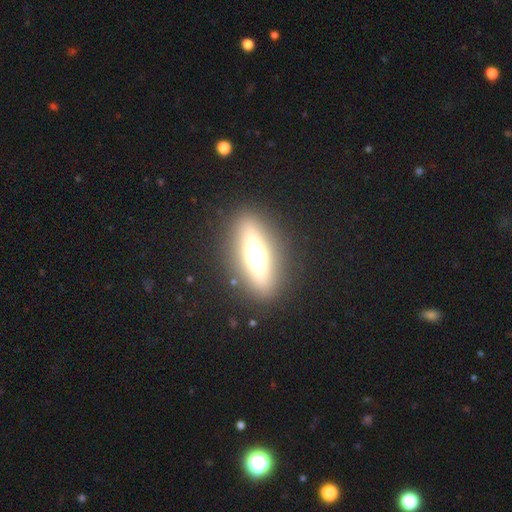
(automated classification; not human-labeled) Smooth or featured? Predicted: featured or disk (p=0.51). Edge-on disk? Predicted: yes (p=0.80). Merging? Predicted: none (p=0.87).